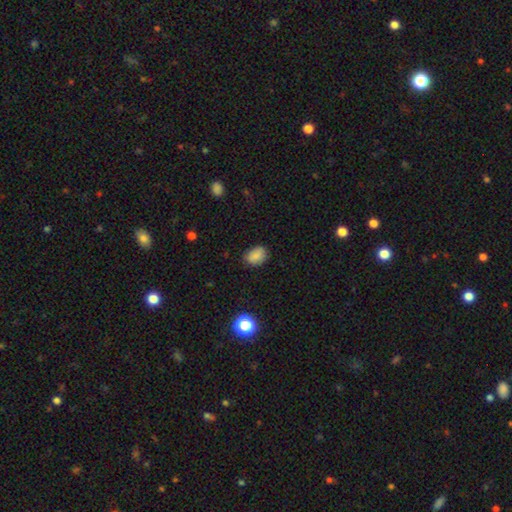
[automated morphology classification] Smooth or featured: smooth — 84% (star or artifact — 10%)
How rounded: in between — 68% (round — 31%)
Merging: none — 78% (minor disturbance — 18%)